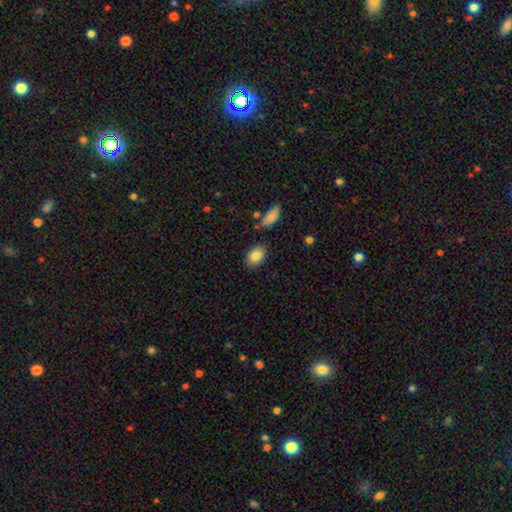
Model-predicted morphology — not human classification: A smooth galaxy with no disk features (85%) that is in between round and cigar-shaped (83%). Merging: none (84%).